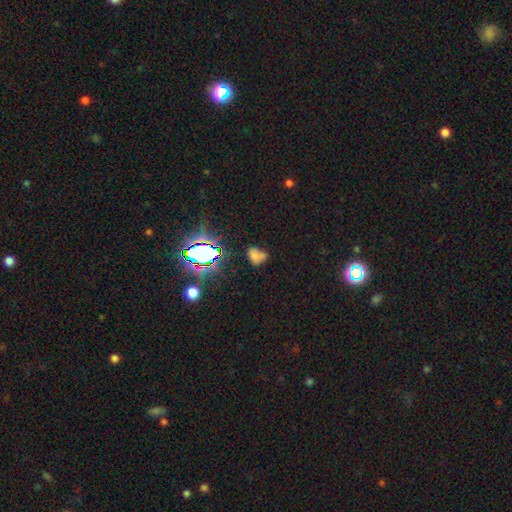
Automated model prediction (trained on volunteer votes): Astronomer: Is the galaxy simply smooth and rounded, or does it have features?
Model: smooth — 61%.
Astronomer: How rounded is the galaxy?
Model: in between — 65%.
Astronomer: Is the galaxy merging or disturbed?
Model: none — 50% (runner-up: minor disturbance, 28%).